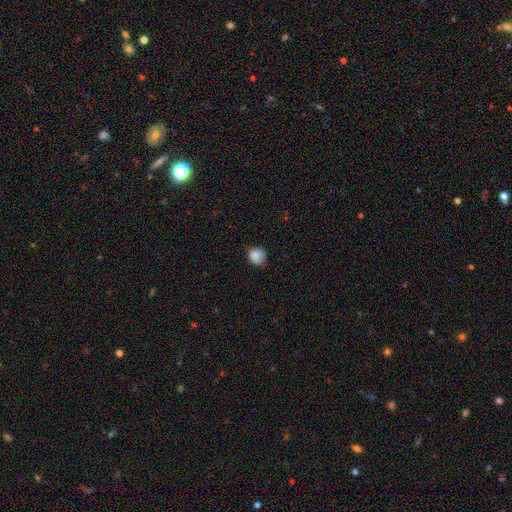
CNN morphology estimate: Q: Smooth or featured?
A: smooth (85%); runner-up: star or artifact (9%)
Q: How rounded?
A: round (84%); runner-up: in between (16%)
Q: Merging?
A: none (69%); runner-up: minor disturbance (25%)